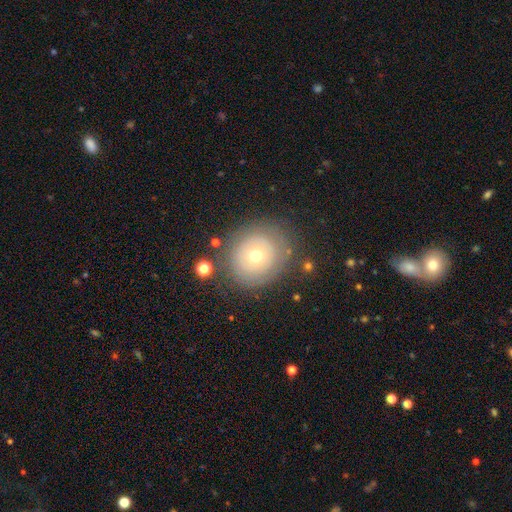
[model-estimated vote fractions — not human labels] Q: Smooth or featured?
A: smooth (50%); runner-up: featured or disk (40%)
Q: How rounded?
A: round (84%); runner-up: in between (16%)
Q: Merging?
A: none (79%); runner-up: minor disturbance (12%)